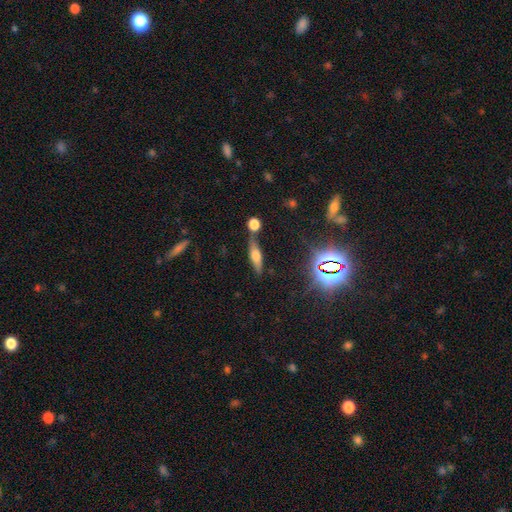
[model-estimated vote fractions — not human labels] A smooth galaxy with no disk features (44%).

Vote fractions:
- Smooth or featured? smooth: 44% / featured or disk: 40% / star or artifact: 16%
- Merging? none: 64% / merger: 17% / minor disturbance: 14% / major disturbance: 5%